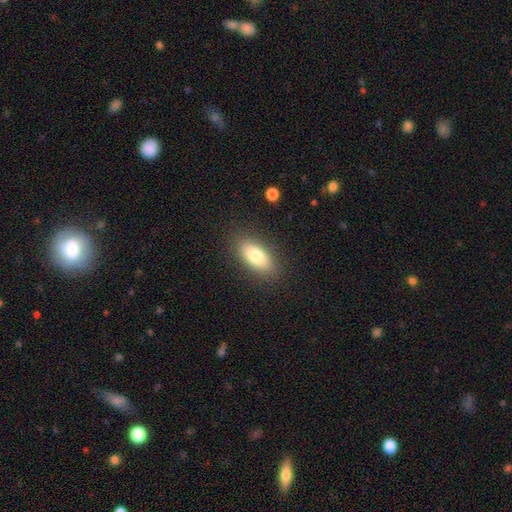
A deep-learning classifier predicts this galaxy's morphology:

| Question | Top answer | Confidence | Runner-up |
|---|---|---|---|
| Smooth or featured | smooth | 79% | featured or disk (13%) |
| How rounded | in between | 86% | cigar-shaped (10%) |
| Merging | none | 86% | minor disturbance (10%) |